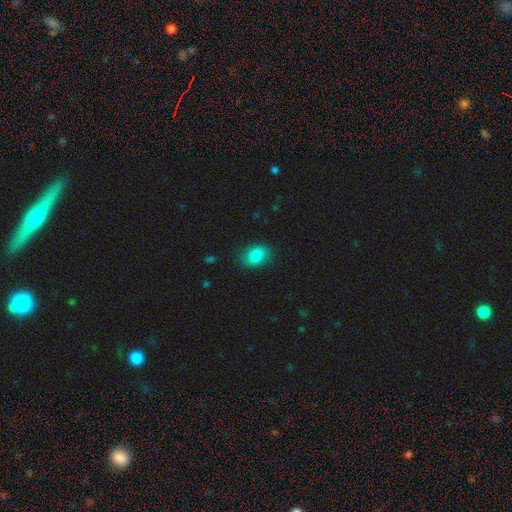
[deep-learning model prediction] smooth 84%, star or artifact 8%, featured or disk 7%. Down the decision tree: how rounded — in between (71%); merging — none (80%).